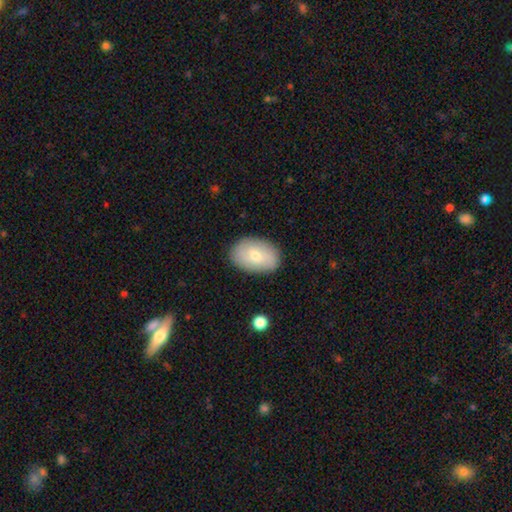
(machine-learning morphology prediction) Smooth or featured? Predicted: smooth (p=0.63). How rounded? Predicted: in between (p=0.87). Merging? Predicted: none (p=0.85).